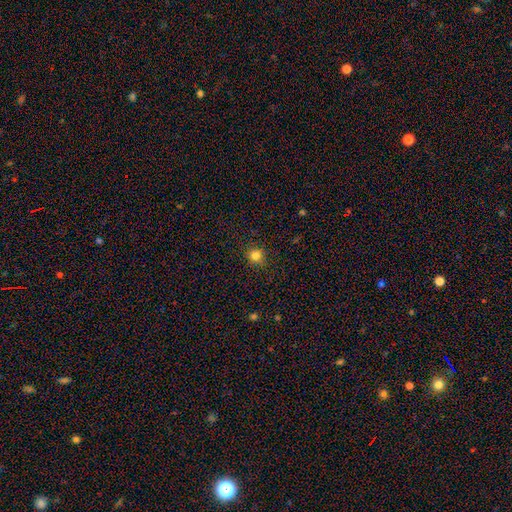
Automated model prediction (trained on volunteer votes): smooth-or-featured: smooth: 82% | star or artifact: 14% | featured or disk: 5%
  how-rounded: round: 91% | in between: 8% | cigar-shaped: 1%
  merging: none: 89% | minor disturbance: 7% | major disturbance: 2% | merger: 1%